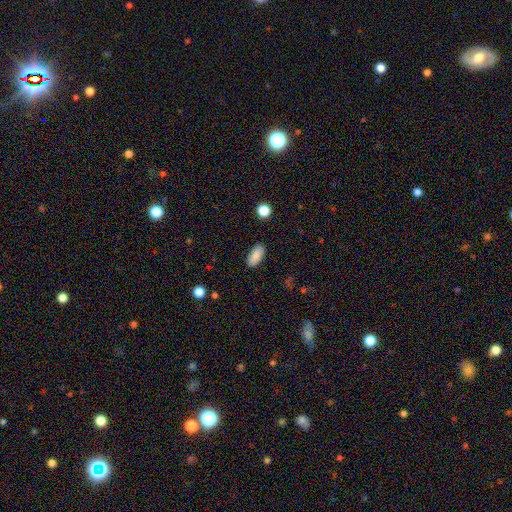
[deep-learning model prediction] This appears to be a smooth galaxy with no disk features (88%) that is in between round and cigar-shaped (89%). Merging: none (88%).